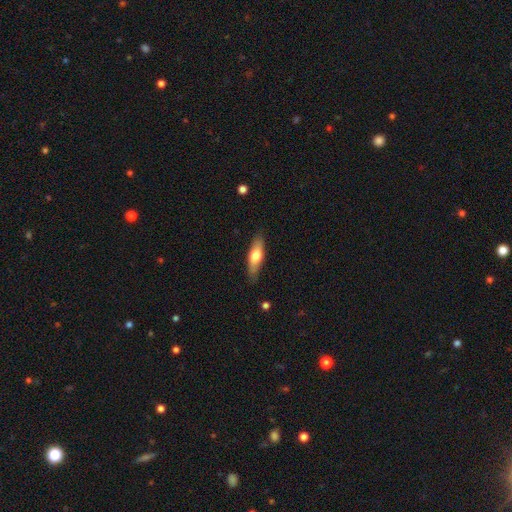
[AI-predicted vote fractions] smooth 62%, featured or disk 33%, star or artifact 6%. Down the decision tree: how rounded — cigar-shaped (54%); merging — none (84%).